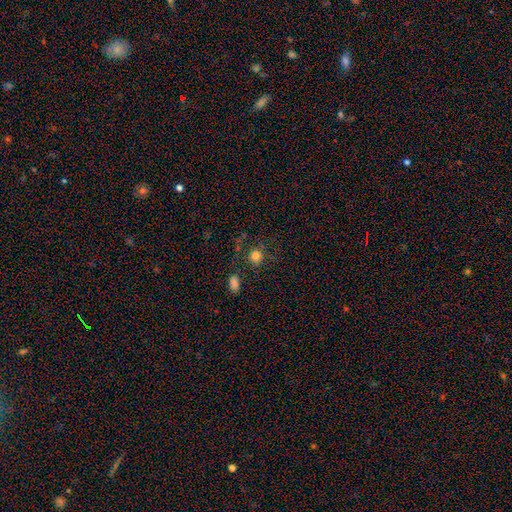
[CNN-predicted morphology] Smooth or featured? smooth (78%)
How rounded? round (82%)
Merging? none (76%)